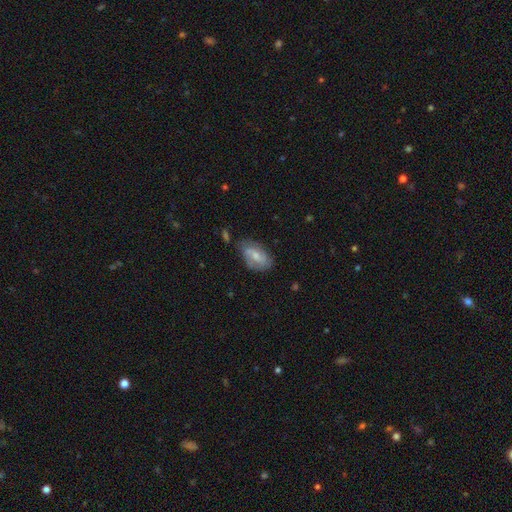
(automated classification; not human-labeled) This is possibly a featured or disk galaxy (58%). It is clearly not viewed edge-on (95%). Bar: possibly weak (46%). Spiral arm pattern: clearly yes (85%). Central bulge: possibly small (49%). Merging: likely none (65%).